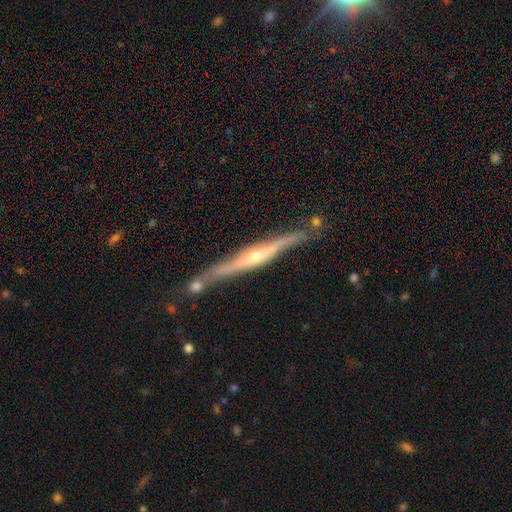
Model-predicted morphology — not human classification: type=featured or disk (79%); edge-on=yes (96%); edge-on bulge=rounded (82%); merging=none (70%).